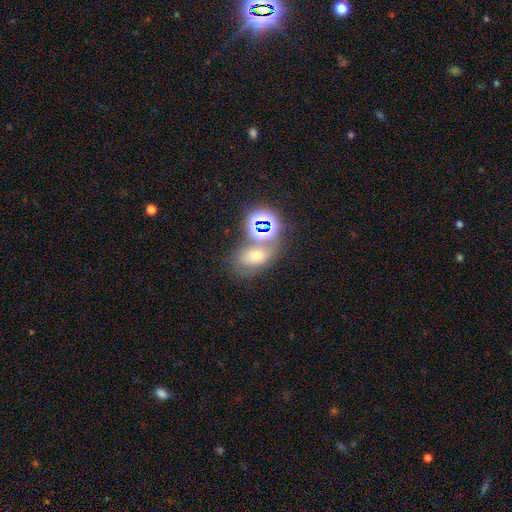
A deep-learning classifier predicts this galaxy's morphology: smooth 41%, star or artifact 38%, featured or disk 21%. Down the decision tree: merging — none (49%).